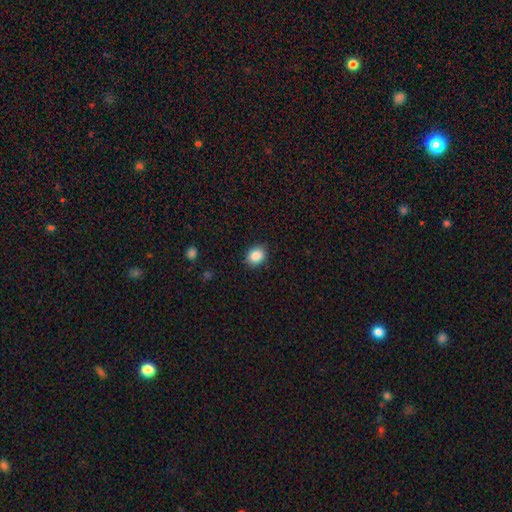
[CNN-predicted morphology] A smooth galaxy with no disk features (88%) that is round (55%).

Vote fractions:
- Smooth or featured? smooth: 88% / star or artifact: 9% / featured or disk: 4%
- How rounded? round: 55% / in between: 44% / cigar-shaped: 1%
- Merging? none: 89% / minor disturbance: 7% / major disturbance: 2% / merger: 1%